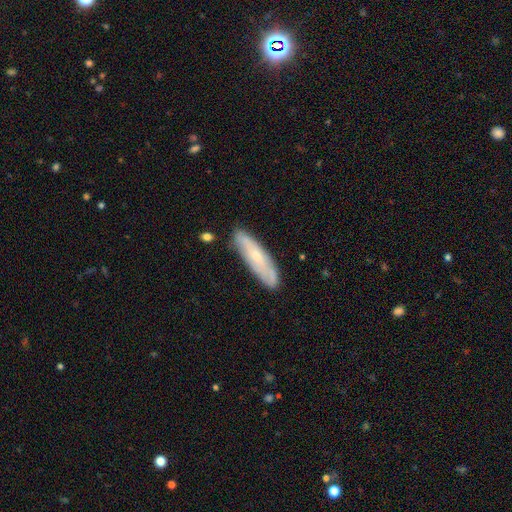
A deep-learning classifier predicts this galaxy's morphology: Smooth or featured? Predicted: smooth (p=0.52). How rounded? Predicted: cigar-shaped (p=0.70). Merging? Predicted: none (p=0.79).